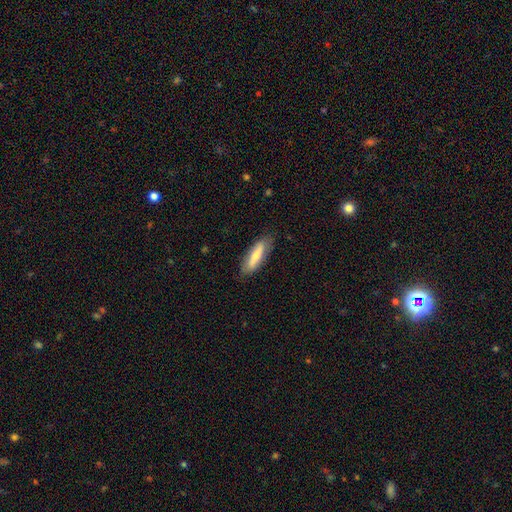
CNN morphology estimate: smooth_or_featured: smooth (p=0.61) [alt: featured or disk p=0.34]
how_rounded: cigar-shaped (p=0.55) [alt: in between p=0.43]
merging: none (p=0.81) [alt: minor disturbance p=0.14]